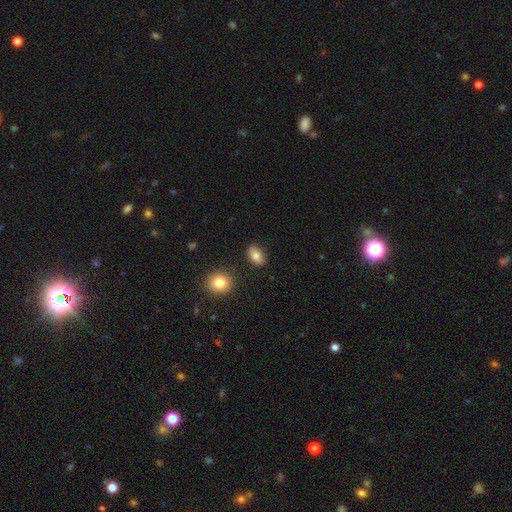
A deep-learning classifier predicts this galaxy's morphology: A smooth galaxy with no disk features (81%) that is in between round and cigar-shaped (83%). Merging: none (85%).